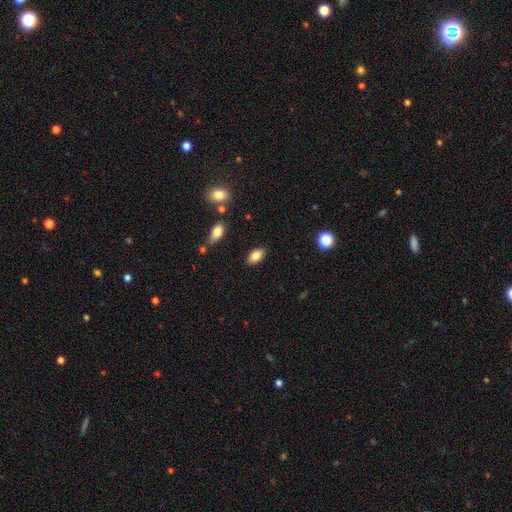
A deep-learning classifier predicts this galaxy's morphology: smooth-or-featured: smooth: 83% | featured or disk: 9% | star or artifact: 8%
  how-rounded: in between: 91% | round: 6% | cigar-shaped: 2%
  merging: none: 87% | minor disturbance: 9% | major disturbance: 2% | merger: 2%